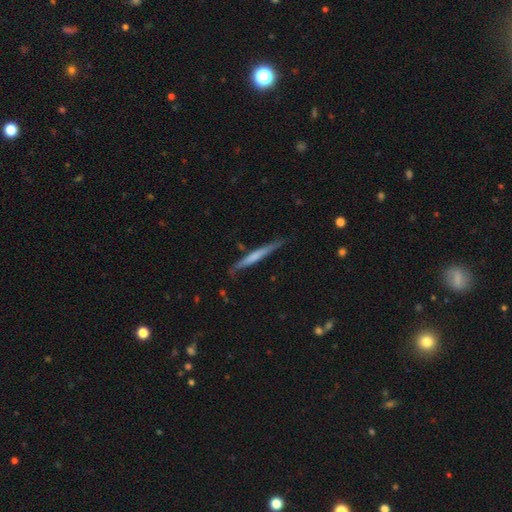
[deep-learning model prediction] This appears to be a smooth galaxy with no disk features (48%). Merging: none (80%).